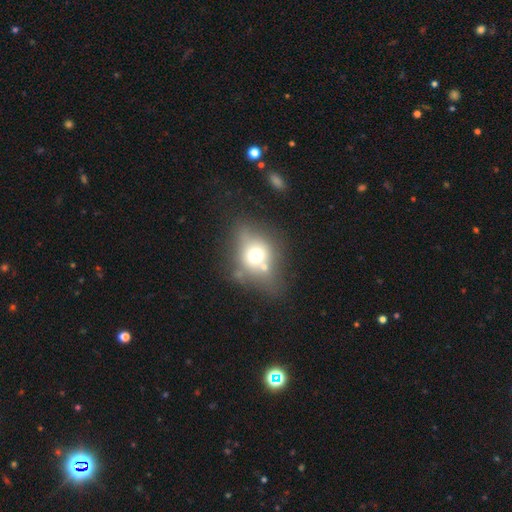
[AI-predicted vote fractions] Overall: smooth (61%; featured or disk 26%). How rounded: round (51%; in between 47%). Merging: none (51%; merger 20%).